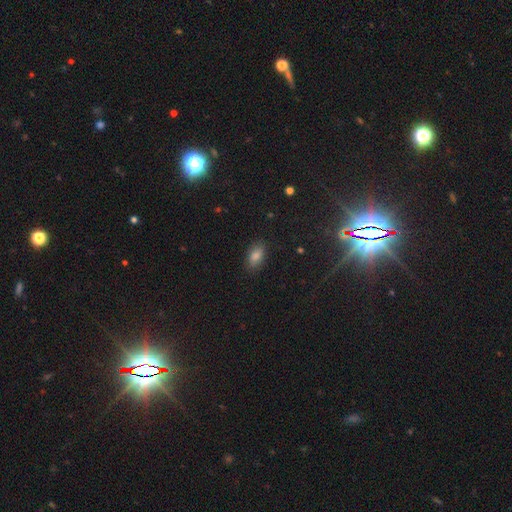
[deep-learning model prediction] Morphology: type=smooth (78%); roundness=in between (90%); merging=none (87%).